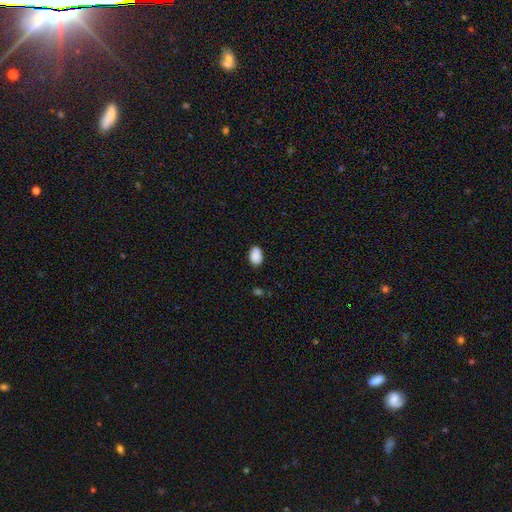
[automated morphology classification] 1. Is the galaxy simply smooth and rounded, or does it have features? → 89% smooth, 8% star or artifact, 3% featured or disk.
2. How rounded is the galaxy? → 87% in between, 12% round, 1% cigar-shaped.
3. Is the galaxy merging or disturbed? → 82% none, 14% minor disturbance, 3% major disturbance, 2% merger.